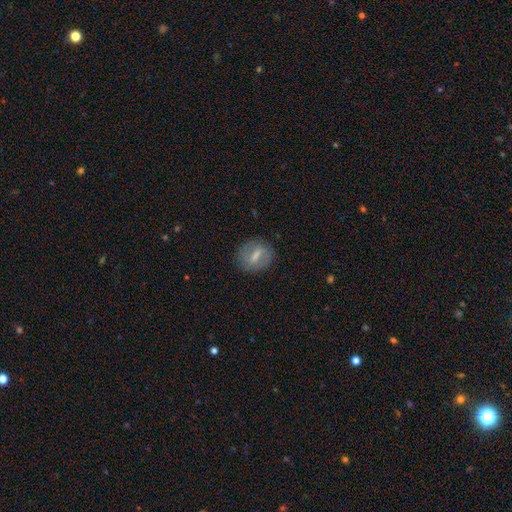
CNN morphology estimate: smooth_or_featured: smooth (p=0.49) [alt: featured or disk p=0.43]
merging: none (p=0.82) [alt: minor disturbance p=0.12]